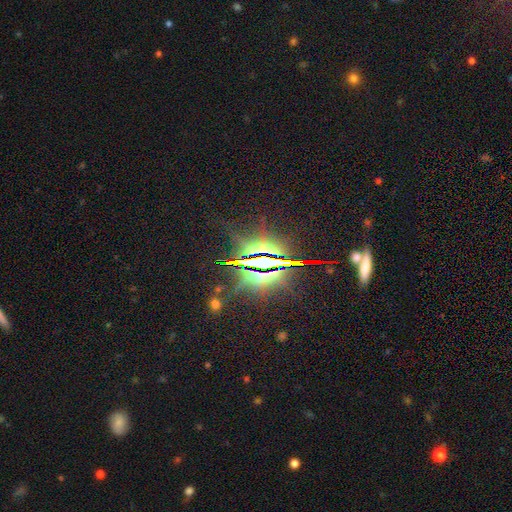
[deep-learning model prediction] Overall: star or artifact (79%).